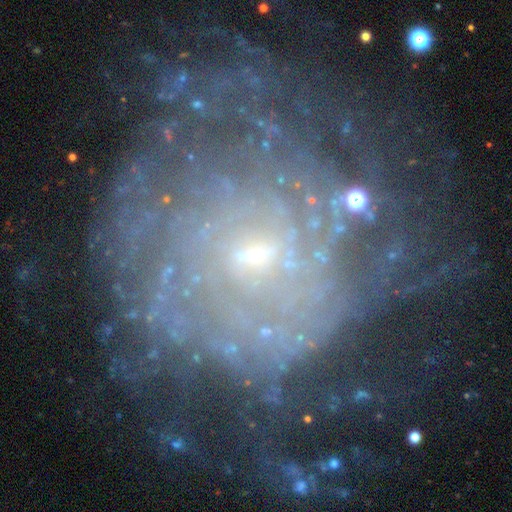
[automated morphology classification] smooth-or-featured: featured or disk: 73% | smooth: 14% | star or artifact: 13%
  disk-edge-on: no: 97% | yes: 3%
    bar: no: 72% | weak: 23% | strong: 6%
    has-spiral-arms: yes: 73% | no: 27%
      spiral-winding: tight: 70% | medium: 21% | loose: 10%
      spiral-arm-count: can't tell: 59% | more than 4: 12% | 2: 8% | 4: 8% | 3: 7% | 1: 5%
    bulge-size: small: 73% | moderate: 21% | none: 3% | large: 2% | dominant: 1%
  merging: none: 58% | major disturbance: 21% | minor disturbance: 19% | merger: 3%